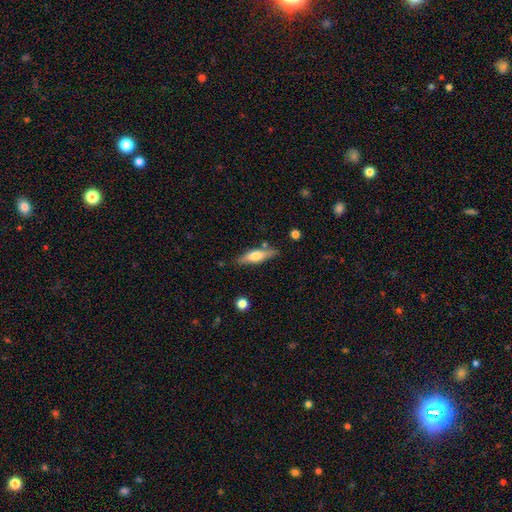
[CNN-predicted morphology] Q: Smooth or featured?
A: smooth (56%); runner-up: featured or disk (38%)
Q: How rounded?
A: cigar-shaped (59%); runner-up: in between (39%)
Q: Merging?
A: none (78%); runner-up: minor disturbance (15%)